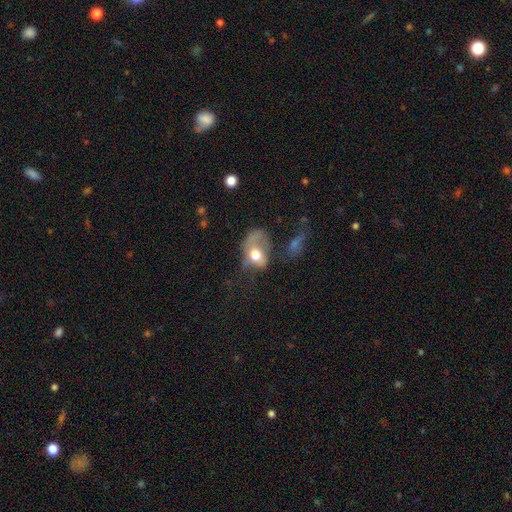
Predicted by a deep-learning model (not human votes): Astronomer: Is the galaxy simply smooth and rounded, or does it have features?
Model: smooth — 60%.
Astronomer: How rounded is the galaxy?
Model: in between — 73%.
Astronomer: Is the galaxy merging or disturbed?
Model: major disturbance — 49%.